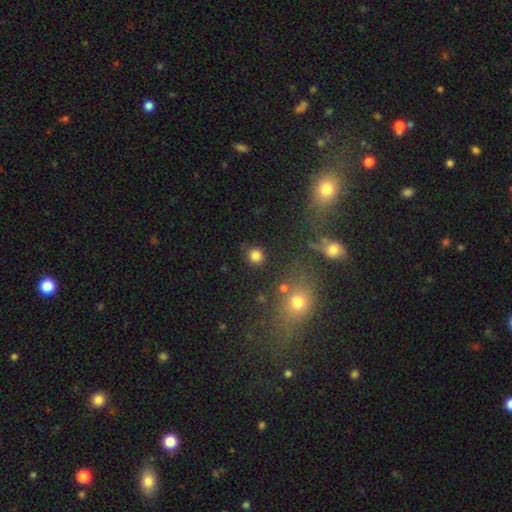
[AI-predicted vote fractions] Smooth or featured? smooth (81%)
How rounded? round (90%)
Merging? none (87%)